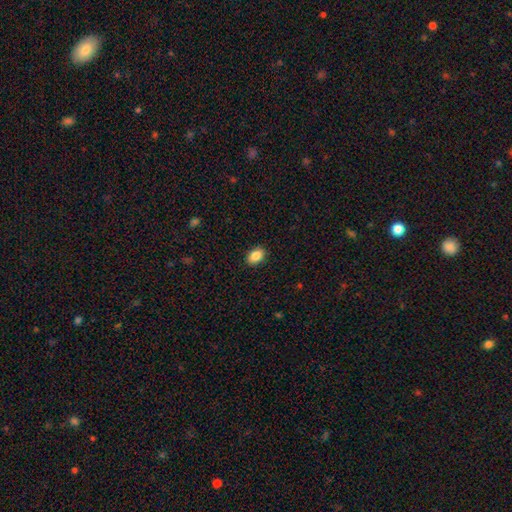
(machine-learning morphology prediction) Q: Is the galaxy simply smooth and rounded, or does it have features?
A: smooth — 87%.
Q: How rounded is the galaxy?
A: in between — 86%.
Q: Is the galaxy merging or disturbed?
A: none — 90%.